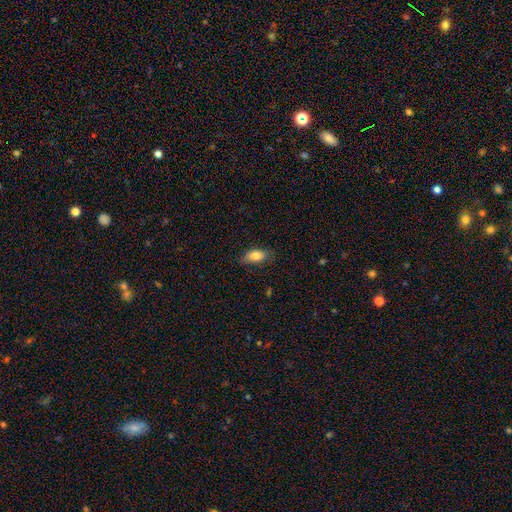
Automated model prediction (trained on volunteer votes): smooth_or_featured: smooth (p=0.81) [alt: featured or disk p=0.11]
how_rounded: in between (p=0.86) [alt: cigar-shaped p=0.10]
merging: none (p=0.77) [alt: minor disturbance p=0.18]